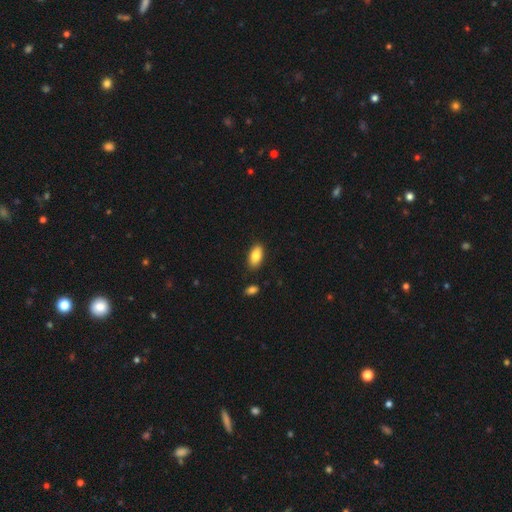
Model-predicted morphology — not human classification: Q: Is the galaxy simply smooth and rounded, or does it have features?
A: smooth — 84%.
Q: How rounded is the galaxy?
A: in between — 93%.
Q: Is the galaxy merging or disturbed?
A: none — 86%.